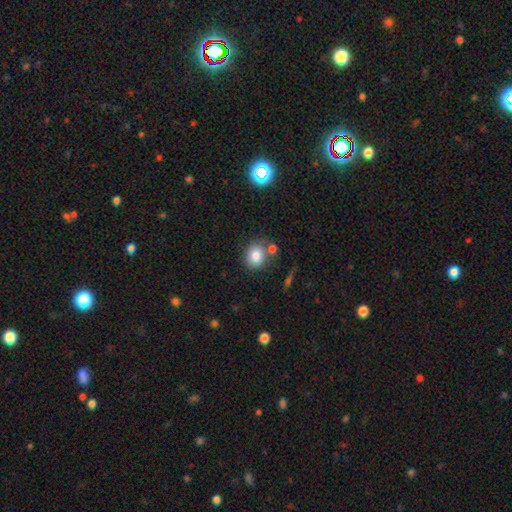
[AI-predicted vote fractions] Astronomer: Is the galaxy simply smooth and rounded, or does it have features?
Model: smooth — 82%.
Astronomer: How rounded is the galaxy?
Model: round — 67%.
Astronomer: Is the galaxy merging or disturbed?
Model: none — 69%.